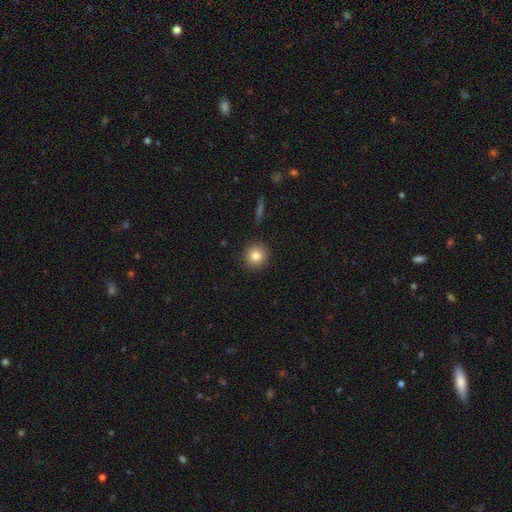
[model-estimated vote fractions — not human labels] This appears to be a smooth galaxy with no disk features (81%) that is round (93%). Merging: none (92%).